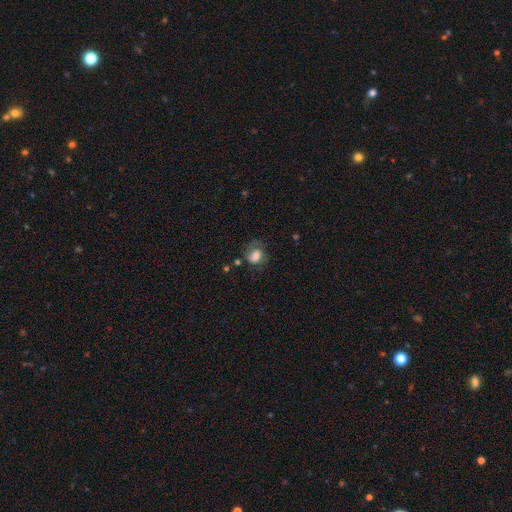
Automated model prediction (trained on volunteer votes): Q: Smooth or featured?
A: smooth (66%); runner-up: featured or disk (24%)
Q: How rounded?
A: round (54%); runner-up: in between (45%)
Q: Merging?
A: none (54%); runner-up: minor disturbance (25%)